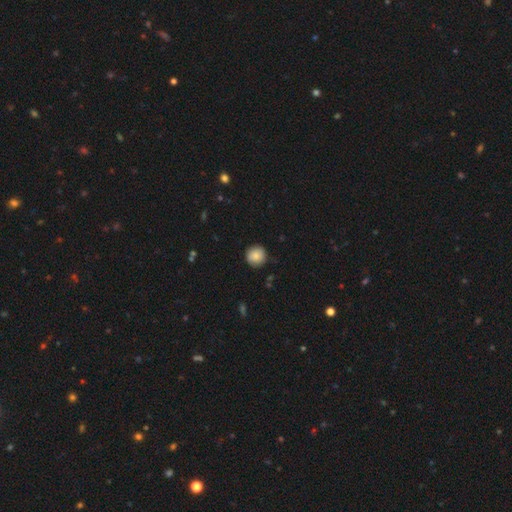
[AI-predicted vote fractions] Overall: smooth (86%). How rounded: round (94%). Merging: none (88%).